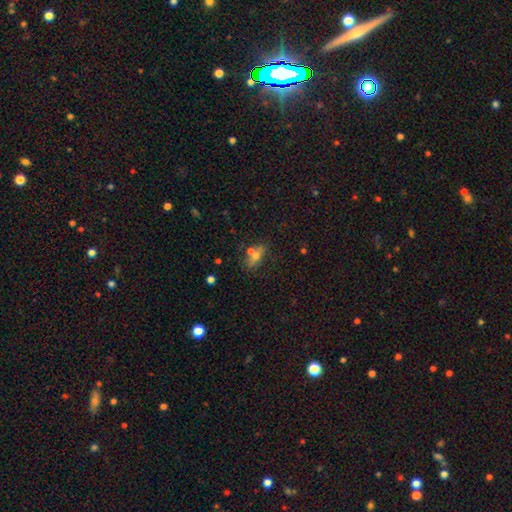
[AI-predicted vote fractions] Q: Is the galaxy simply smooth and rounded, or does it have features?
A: smooth — 54%.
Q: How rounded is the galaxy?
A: in between — 64%.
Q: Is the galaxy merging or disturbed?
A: none — 56%.